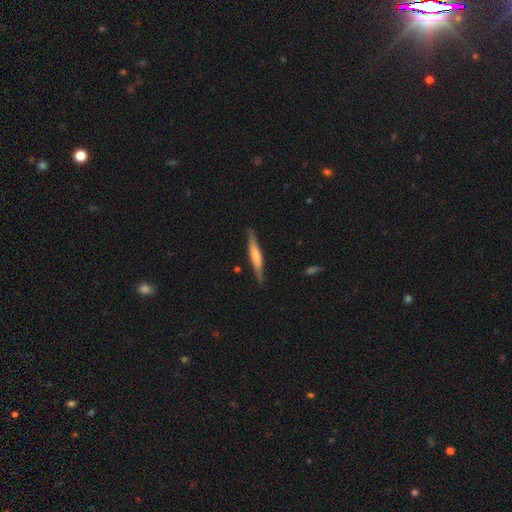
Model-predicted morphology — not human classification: smooth_or_featured: featured or disk (p=0.52) [alt: smooth p=0.43]
disk_edge_on: yes (p=0.95) [alt: no p=0.05]
merging: none (p=0.83) [alt: minor disturbance p=0.13]